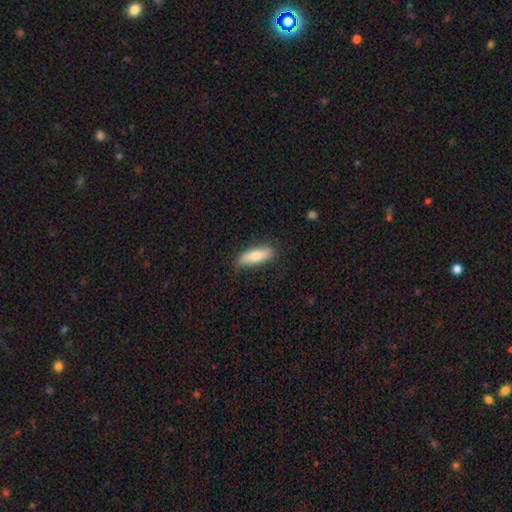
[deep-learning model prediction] Smooth or featured: smooth — 76% (featured or disk — 18%)
How rounded: in between — 55% (cigar-shaped — 43%)
Merging: none — 80% (minor disturbance — 16%)